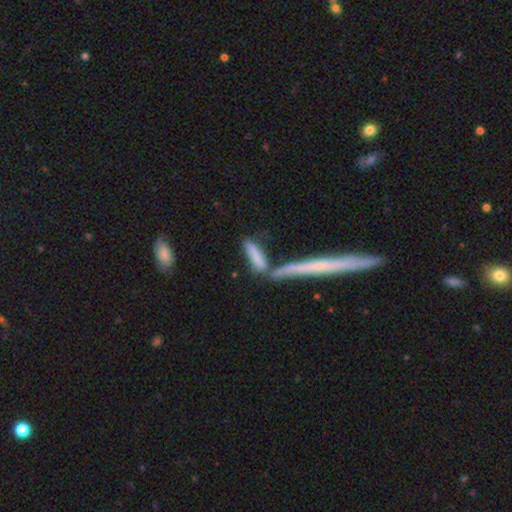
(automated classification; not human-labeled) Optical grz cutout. It shows a smooth galaxy with no disk features (73%) that is cigar-shaped (78%). Merging: none (44%).